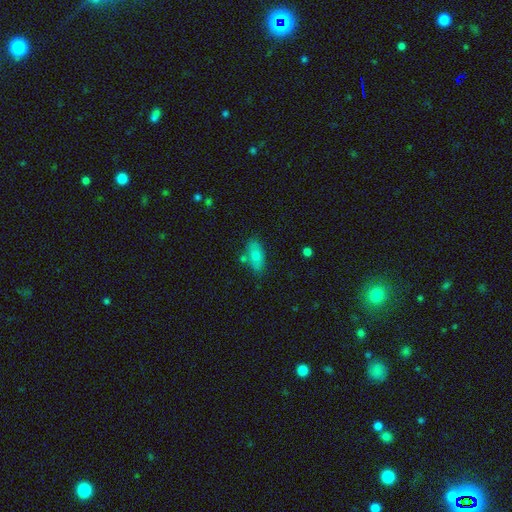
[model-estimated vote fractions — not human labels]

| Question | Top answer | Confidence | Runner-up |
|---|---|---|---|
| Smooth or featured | smooth | 72% | featured or disk (20%) |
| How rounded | in between | 86% | cigar-shaped (9%) |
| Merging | none | 73% | minor disturbance (15%) |